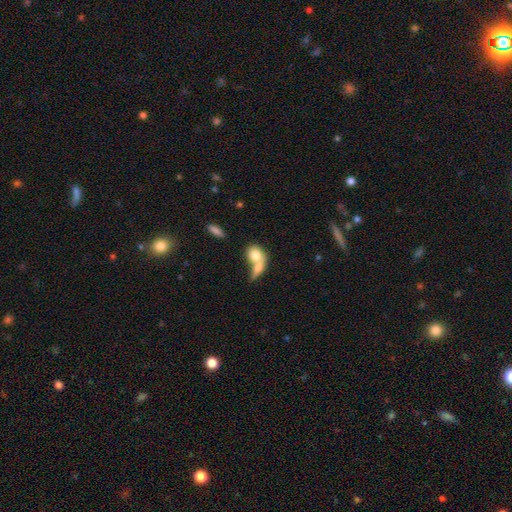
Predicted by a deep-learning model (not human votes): A smooth galaxy with no disk features (74%) that is in between round and cigar-shaped (58%).

Vote fractions:
- Smooth or featured? smooth: 74% / featured or disk: 19% / star or artifact: 7%
- How rounded? in between: 58% / round: 38% / cigar-shaped: 4%
- Merging? merger: 70% / none: 18% / minor disturbance: 7% / major disturbance: 6%